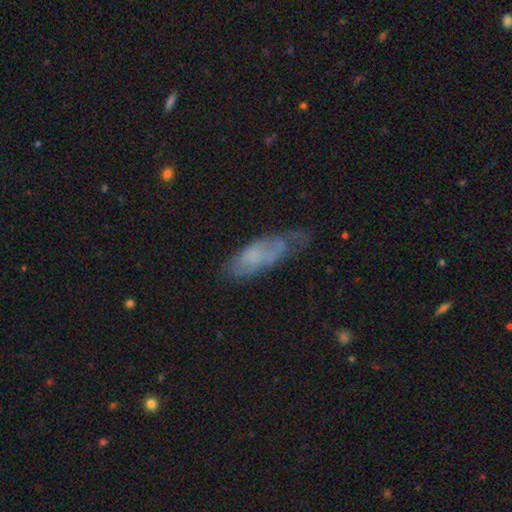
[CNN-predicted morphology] A smooth galaxy with no disk features (52%) that is in between round and cigar-shaped (58%).

Vote fractions:
- Smooth or featured? smooth: 52% / featured or disk: 39% / star or artifact: 10%
- How rounded? in between: 58% / cigar-shaped: 40% / round: 2%
- Merging? none: 47% / minor disturbance: 33% / major disturbance: 17% / merger: 3%